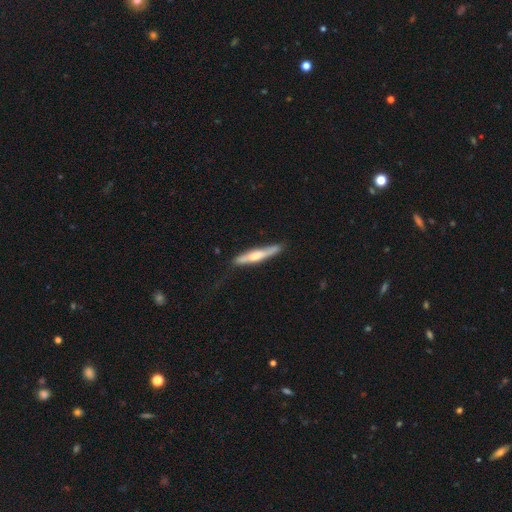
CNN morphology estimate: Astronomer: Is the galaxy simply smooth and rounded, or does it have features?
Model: featured or disk — 49% (runner-up: smooth, 46%).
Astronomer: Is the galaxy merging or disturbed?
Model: none — 78%.